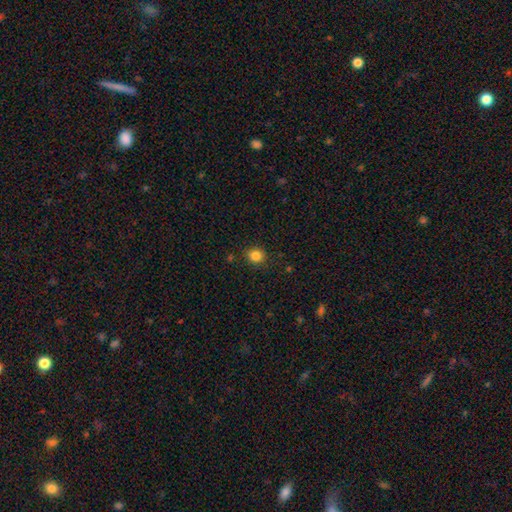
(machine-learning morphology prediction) Overall: smooth (84%). How rounded: round (79%). Merging: none (89%).